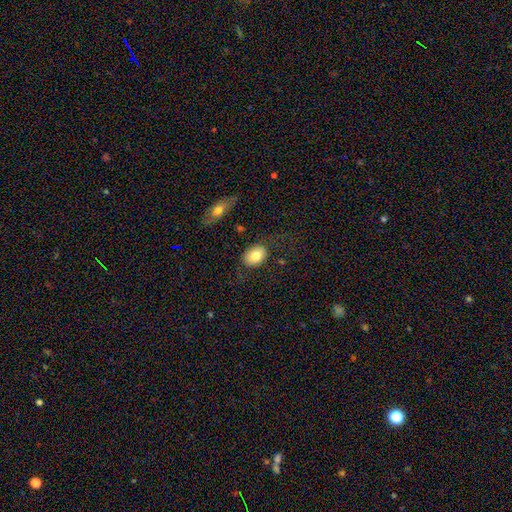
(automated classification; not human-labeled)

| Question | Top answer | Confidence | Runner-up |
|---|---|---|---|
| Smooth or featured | smooth | 79% | featured or disk (14%) |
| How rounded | in between | 76% | round (22%) |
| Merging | none | 74% | minor disturbance (16%) |